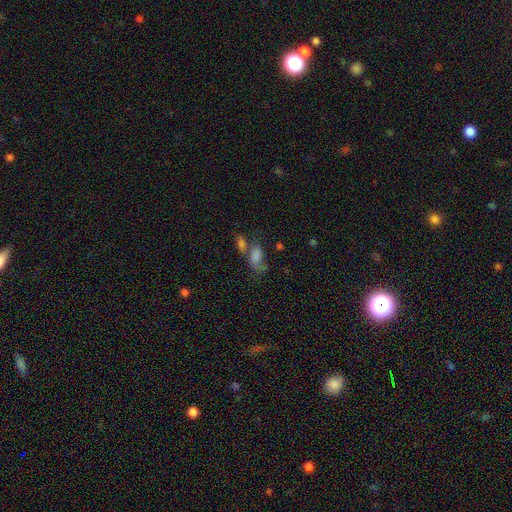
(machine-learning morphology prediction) smooth-or-featured: smooth: 63% | featured or disk: 19% | star or artifact: 18%
  how-rounded: in between: 84% | round: 11% | cigar-shaped: 6%
  merging: merger: 36% | none: 32% | minor disturbance: 16% | major disturbance: 16%